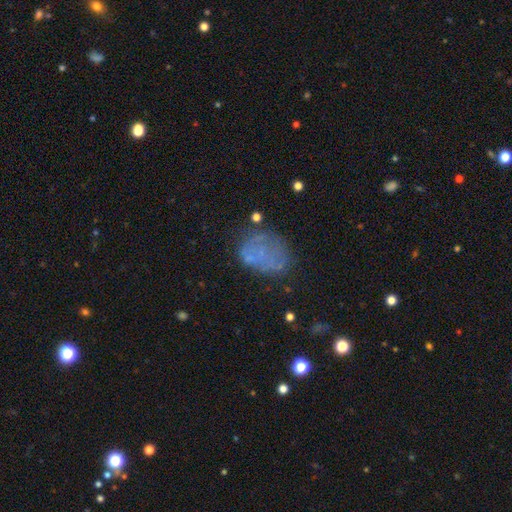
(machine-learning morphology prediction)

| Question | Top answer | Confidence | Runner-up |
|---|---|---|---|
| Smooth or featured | smooth | 44% | featured or disk (38%) |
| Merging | none | 53% | minor disturbance (22%) |